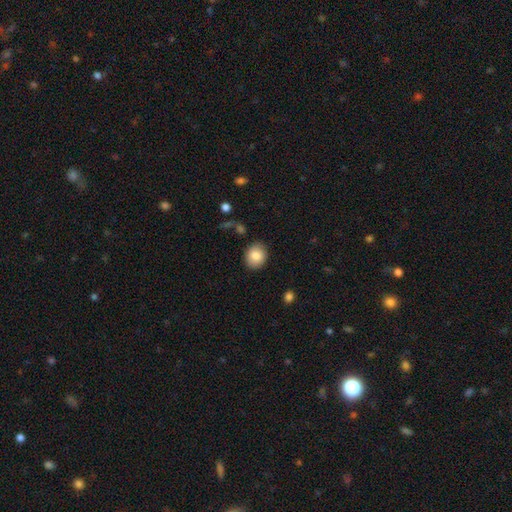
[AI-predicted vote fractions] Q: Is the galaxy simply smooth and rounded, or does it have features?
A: smooth — 84%.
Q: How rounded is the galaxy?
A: round — 60%.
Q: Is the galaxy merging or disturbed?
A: none — 86%.